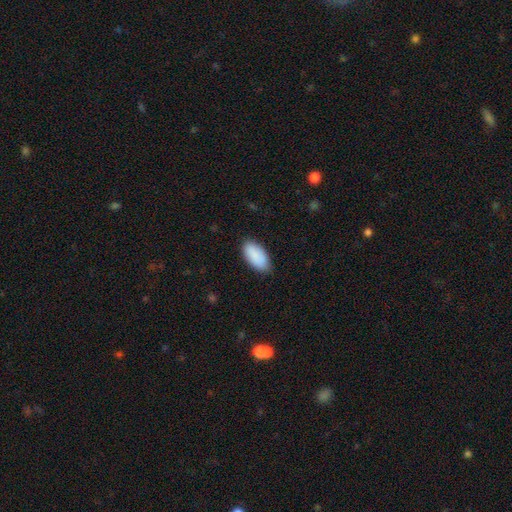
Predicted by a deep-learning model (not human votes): smooth 90%, star or artifact 6%, featured or disk 4%. Down the decision tree: how rounded — in between (94%); merging — none (83%).